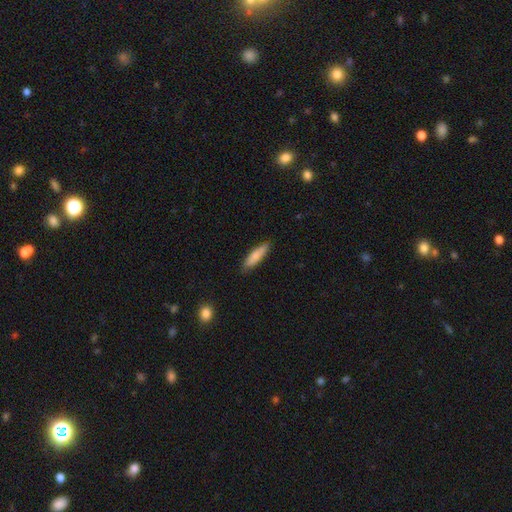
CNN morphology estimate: Smooth or featured? smooth (80%)
How rounded? cigar-shaped (76%)
Merging? none (87%)